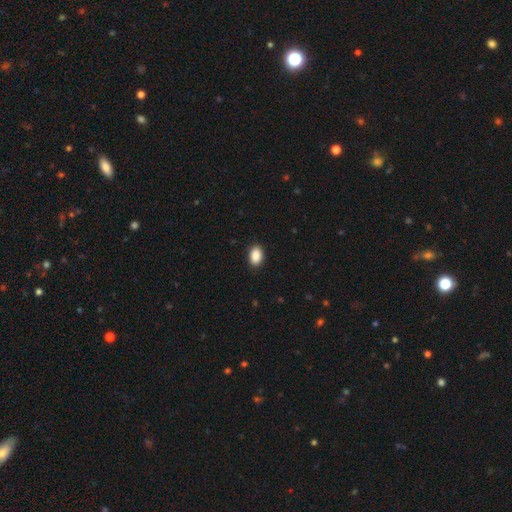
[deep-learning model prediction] Morphology: type=smooth (90%); roundness=in between (84%); merging=none (89%).